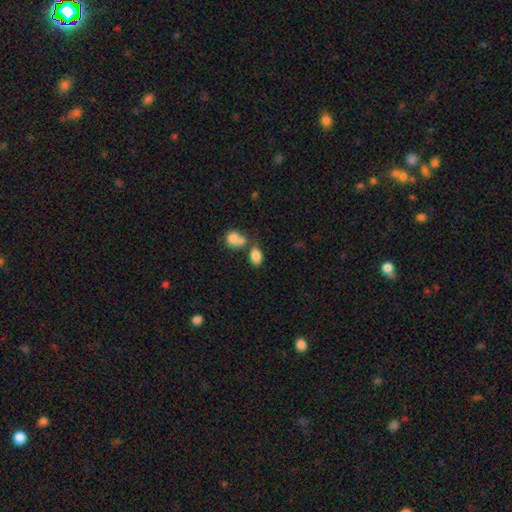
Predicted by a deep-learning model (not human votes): Smooth or featured? Predicted: smooth (p=0.84). How rounded? Predicted: in between (p=0.86). Merging? Predicted: none (p=0.52).